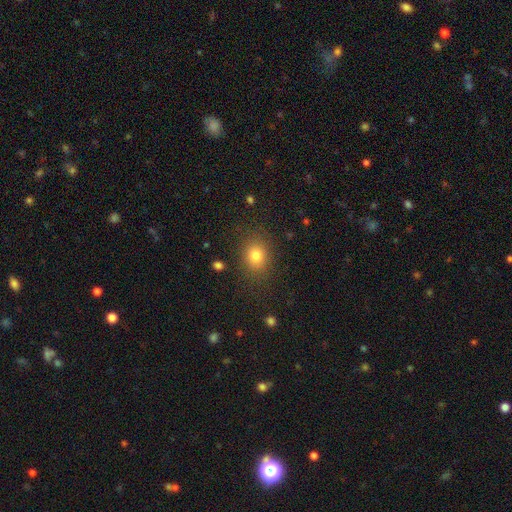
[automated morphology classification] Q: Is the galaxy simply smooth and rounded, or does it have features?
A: smooth — 80%.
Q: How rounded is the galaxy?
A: round — 61%.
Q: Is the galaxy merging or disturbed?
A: none — 84%.